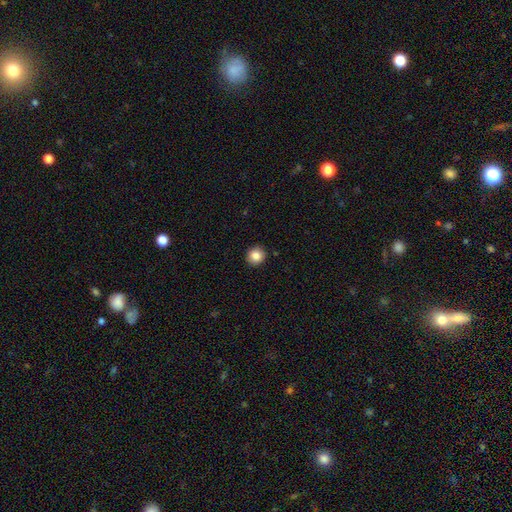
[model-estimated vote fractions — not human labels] smooth-or-featured: smooth: 85% | star or artifact: 9% | featured or disk: 5%
  how-rounded: round: 90% | in between: 10% | cigar-shaped: 1%
  merging: none: 92% | minor disturbance: 6% | major disturbance: 2% | merger: 1%